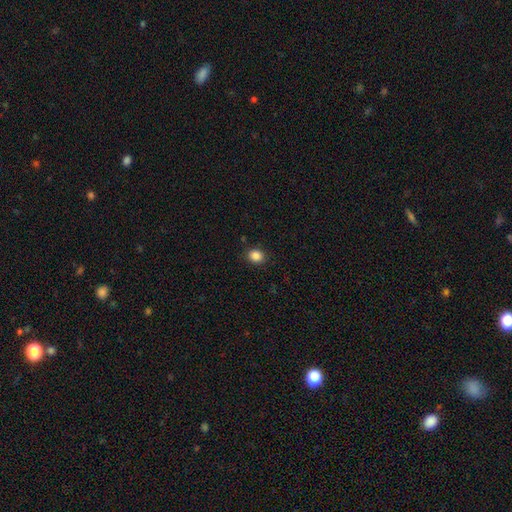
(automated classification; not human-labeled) Smooth or featured: smooth — 86% (star or artifact — 11%)
How rounded: round — 67% (in between — 32%)
Merging: none — 88% (minor disturbance — 8%)